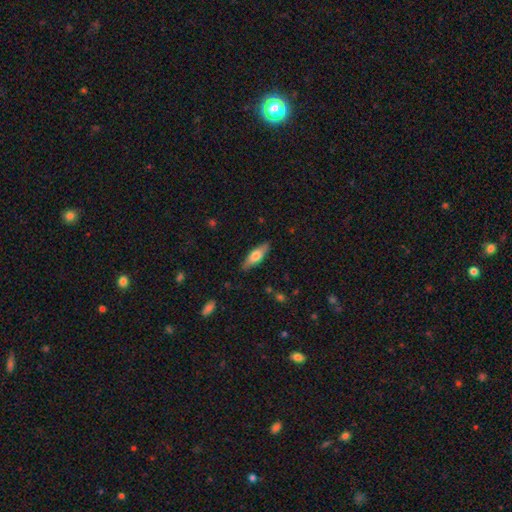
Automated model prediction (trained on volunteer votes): This appears to be a smooth galaxy with no disk features (60%) that is in between round and cigar-shaped (50%). Merging: none (86%).